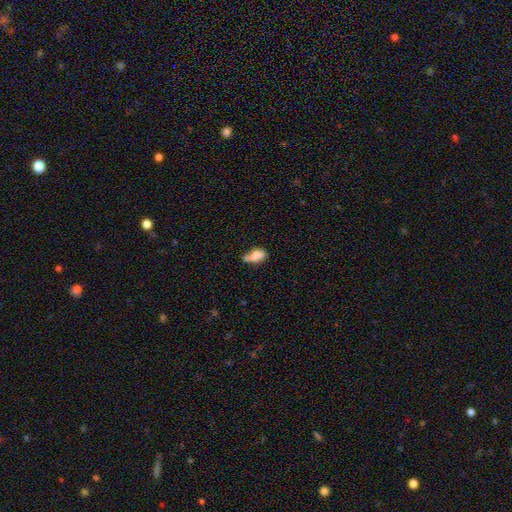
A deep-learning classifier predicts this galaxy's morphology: A smooth galaxy with no disk features (70%) that is in between round and cigar-shaped (83%). Merging: none (36%).